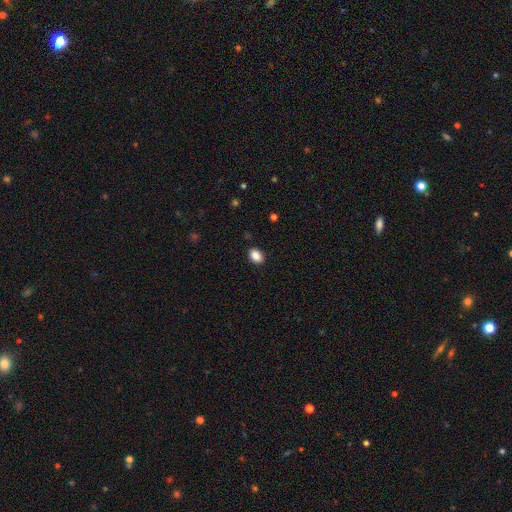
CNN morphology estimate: Q: Smooth or featured?
A: smooth (89%); runner-up: star or artifact (8%)
Q: How rounded?
A: in between (76%); runner-up: round (23%)
Q: Merging?
A: none (89%); runner-up: minor disturbance (8%)